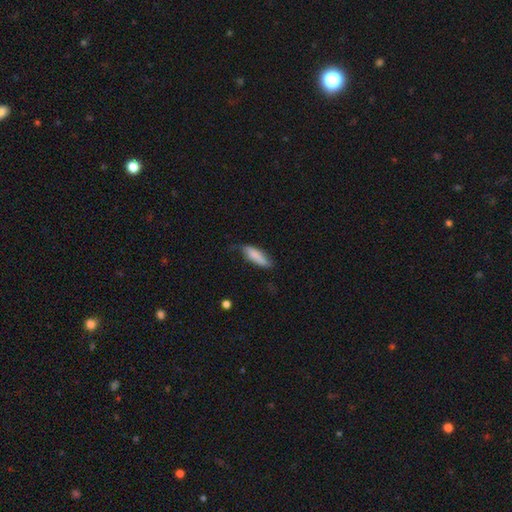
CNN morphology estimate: This is likely a smooth galaxy (77%). How rounded: possibly cigar-shaped (52%). Merging: possibly none (51%).